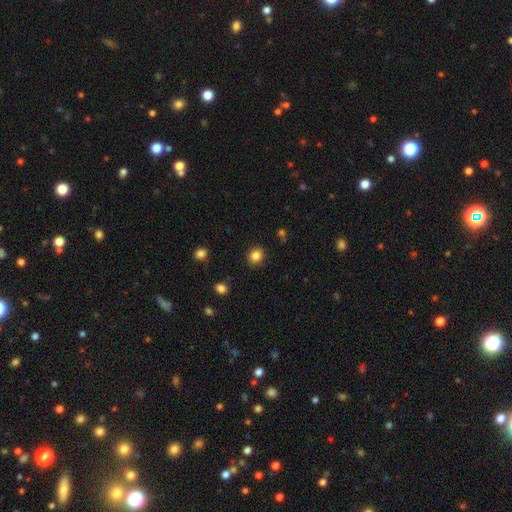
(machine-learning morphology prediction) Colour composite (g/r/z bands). It shows a smooth galaxy with no disk features (84%) that is round (83%). Merging: none (90%).